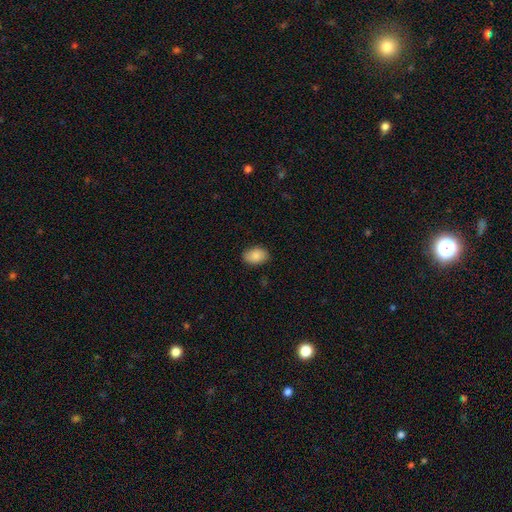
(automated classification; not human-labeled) The model was most divided on "how rounded": in between: 85%, round: 14%, cigar-shaped: 1%. More confident: smooth or featured — smooth (87%); merging — none (85%).